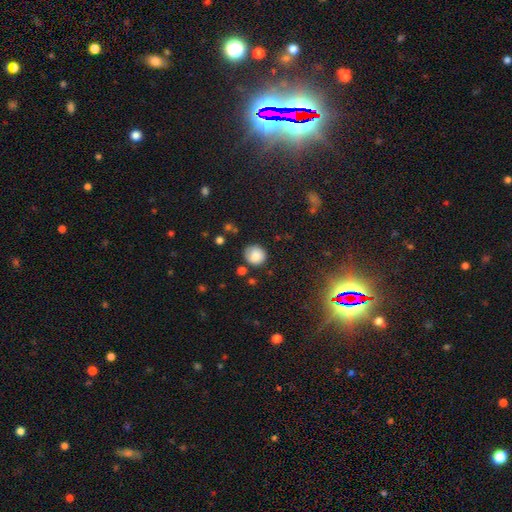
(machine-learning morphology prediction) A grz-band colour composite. It shows a smooth galaxy with no disk features (84%) that is round (87%). Merging: none (76%).